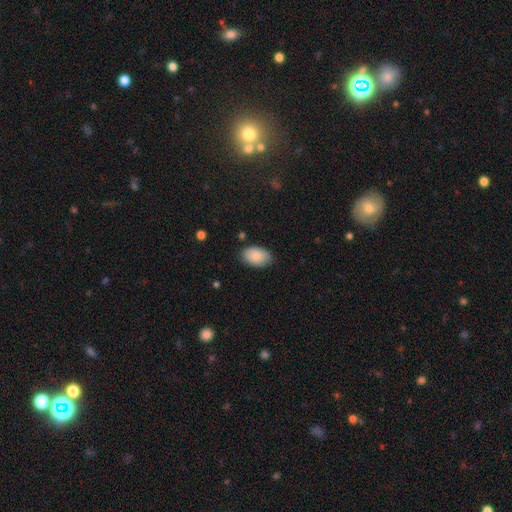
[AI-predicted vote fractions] Q: Smooth or featured?
A: smooth (87%); runner-up: featured or disk (7%)
Q: How rounded?
A: in between (92%); runner-up: round (7%)
Q: Merging?
A: none (82%); runner-up: minor disturbance (14%)